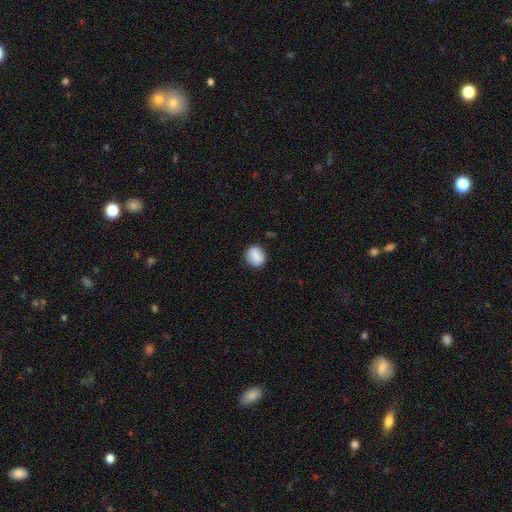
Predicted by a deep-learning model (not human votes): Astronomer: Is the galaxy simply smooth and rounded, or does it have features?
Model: smooth — 83%.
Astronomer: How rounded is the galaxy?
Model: round — 74%.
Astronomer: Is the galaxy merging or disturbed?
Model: none — 84%.